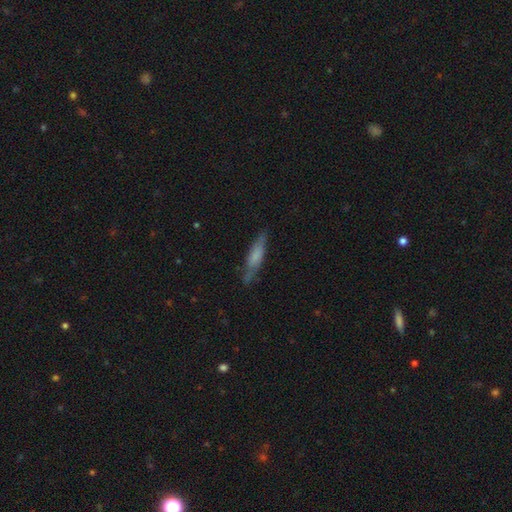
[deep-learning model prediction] This appears to be a smooth galaxy with no disk features (56%) that is cigar-shaped (77%). Merging: none (72%).